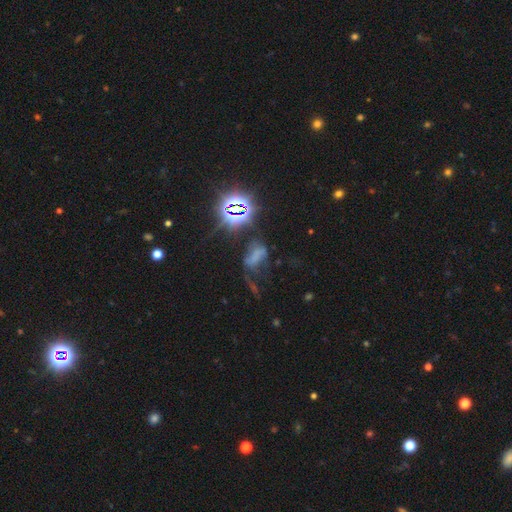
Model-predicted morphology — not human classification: star or artifact 38%, smooth 35%, featured or disk 27%.